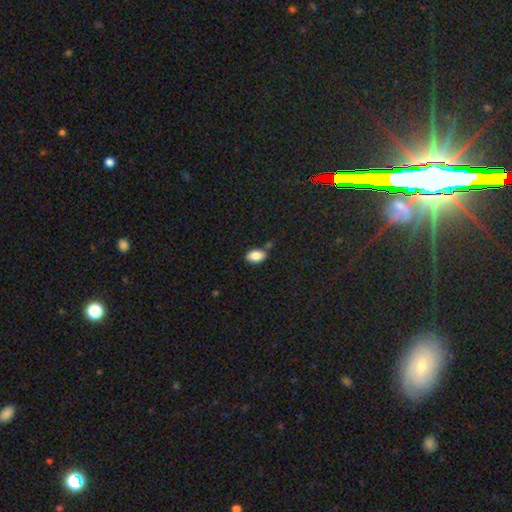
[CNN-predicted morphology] A smooth galaxy with no disk features (85%) that is in between round and cigar-shaped (89%). Merging: none (74%).